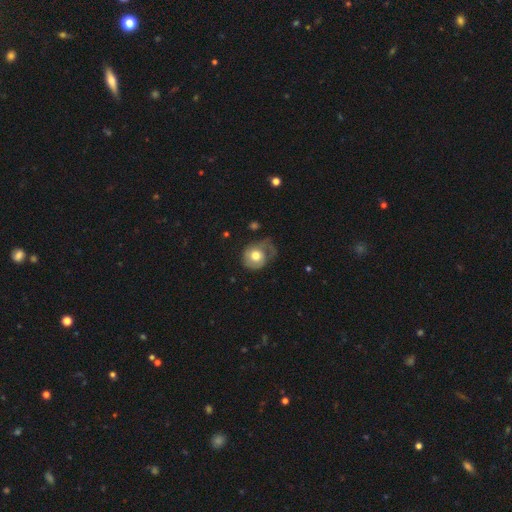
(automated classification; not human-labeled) Smooth or featured? smooth (61%)
How rounded? round (73%)
Merging? none (37%)